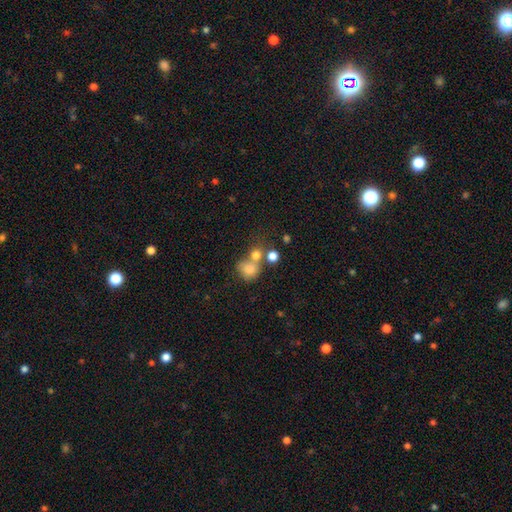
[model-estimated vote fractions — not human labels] smooth 59%, star or artifact 25%, featured or disk 16%. Down the decision tree: how rounded — round (75%); merging — none (45%).